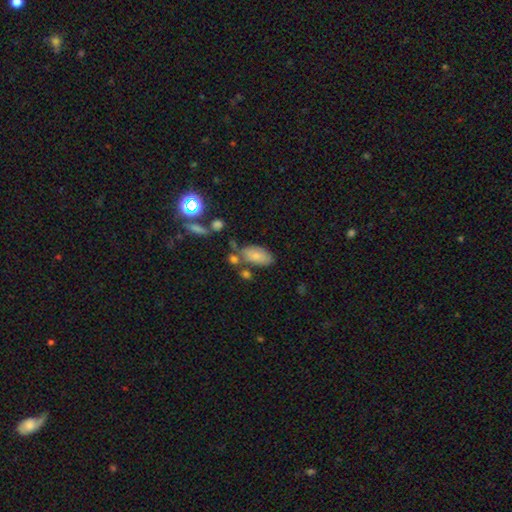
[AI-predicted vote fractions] Smooth or featured?
  - smooth: 80% *
  - featured or disk: 12%
  - star or artifact: 8%
How rounded?
  - in between: 92% *
  - cigar-shaped: 4%
  - round: 3%
Merging?
  - none: 60% *
  - minor disturbance: 20%
  - merger: 13%
  - major disturbance: 7%